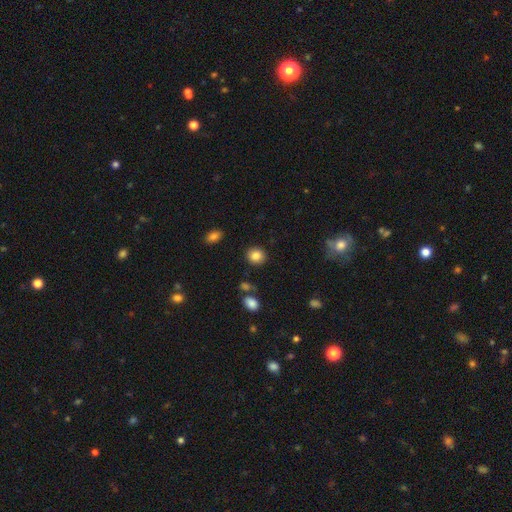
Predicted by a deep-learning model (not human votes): Q: Smooth or featured?
A: smooth (85%); runner-up: star or artifact (10%)
Q: How rounded?
A: round (81%); runner-up: in between (18%)
Q: Merging?
A: none (87%); runner-up: minor disturbance (7%)